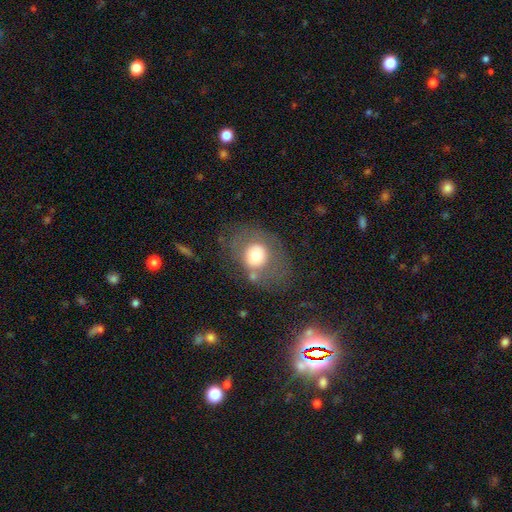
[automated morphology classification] A smooth galaxy with no disk features (63%) that is round (55%). Merging: none (58%).